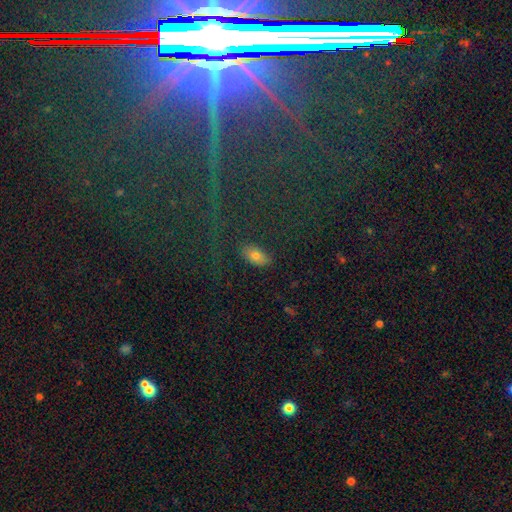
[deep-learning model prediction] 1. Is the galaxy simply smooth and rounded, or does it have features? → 67% smooth, 20% star or artifact, 14% featured or disk.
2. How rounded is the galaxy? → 89% in between, 6% cigar-shaped, 5% round.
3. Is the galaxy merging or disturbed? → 84% none, 11% minor disturbance, 3% major disturbance, 2% merger.